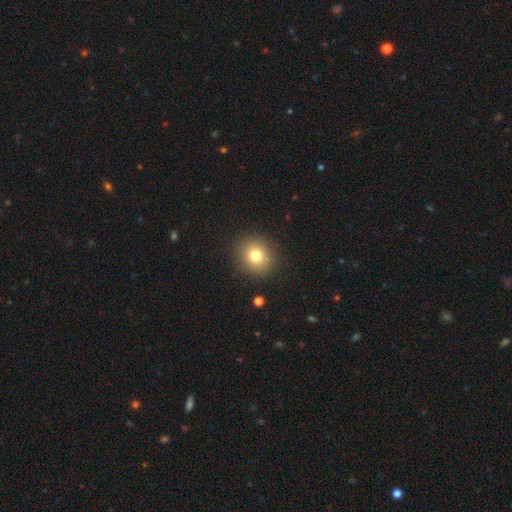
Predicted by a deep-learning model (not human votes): smooth_or_featured: smooth (p=0.79) [alt: star or artifact p=0.12]
how_rounded: round (p=0.82) [alt: in between p=0.17]
merging: none (p=0.90) [alt: minor disturbance p=0.06]